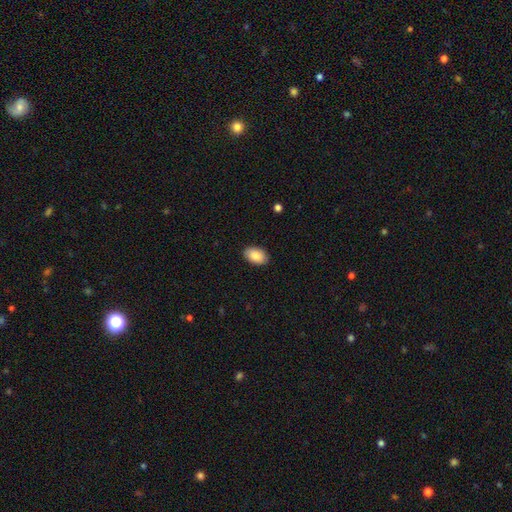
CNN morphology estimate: type=smooth (87%); roundness=in between (92%); merging=none (89%).